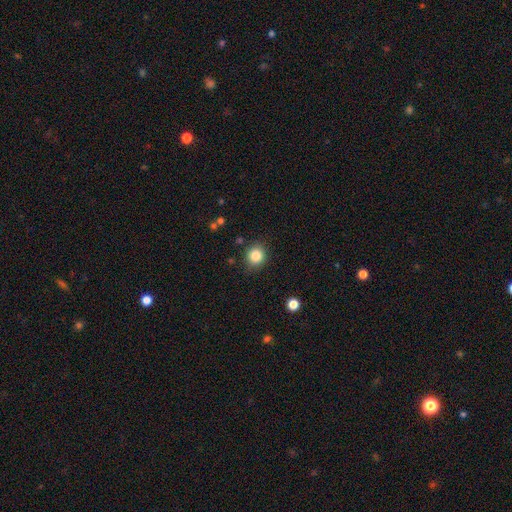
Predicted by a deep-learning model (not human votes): A smooth galaxy with no disk features (84%) that is round (84%).

Vote fractions:
- Smooth or featured? smooth: 84% / star or artifact: 11% / featured or disk: 5%
- How rounded? round: 84% / in between: 15% / cigar-shaped: 1%
- Merging? none: 87% / minor disturbance: 9% / major disturbance: 3% / merger: 2%